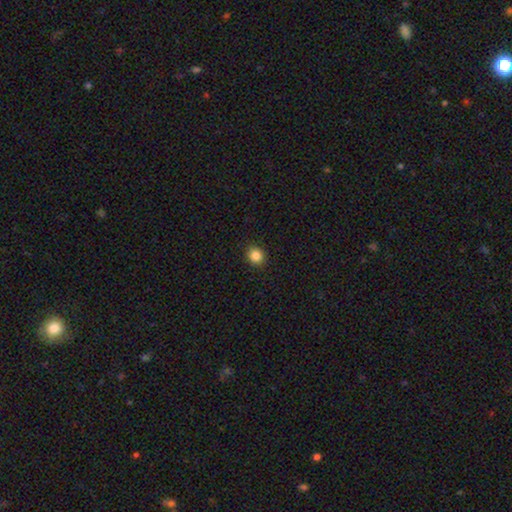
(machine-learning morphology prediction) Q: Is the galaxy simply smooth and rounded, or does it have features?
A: smooth — 85%.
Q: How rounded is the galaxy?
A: round — 81%.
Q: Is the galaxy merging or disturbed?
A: none — 92%.